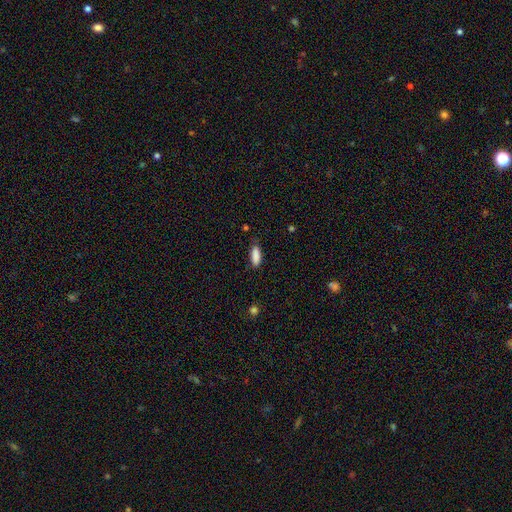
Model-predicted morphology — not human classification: This is clearly a smooth galaxy (88%). How rounded: likely in between (64%). Merging: likely none (77%).